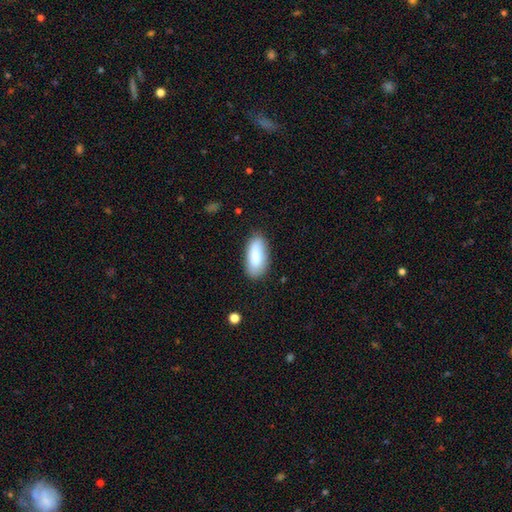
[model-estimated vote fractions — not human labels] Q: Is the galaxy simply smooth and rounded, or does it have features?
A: smooth — 82%.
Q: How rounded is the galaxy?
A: in between — 87%.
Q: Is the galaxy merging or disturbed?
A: none — 77%.